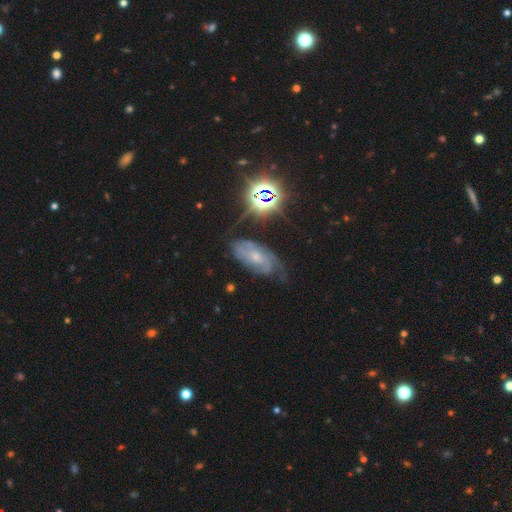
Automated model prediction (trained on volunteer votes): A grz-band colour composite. It shows a featured or disk galaxy (68%) with no bar (67%), tight (54%) spiral arms (91%) and a small central bulge (61%). Merging: none (57%).